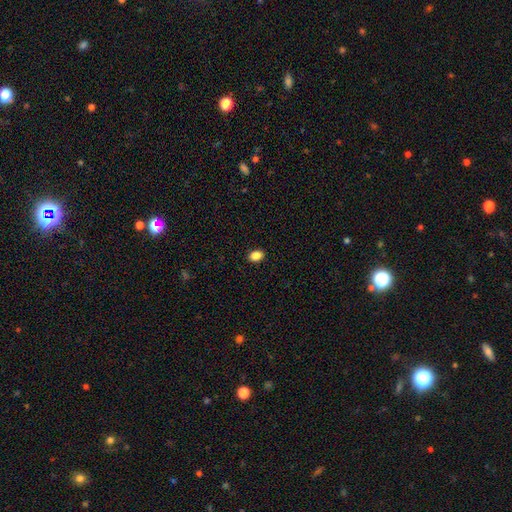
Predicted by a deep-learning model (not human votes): Smooth or featured? smooth (87%)
How rounded? in between (79%)
Merging? none (90%)